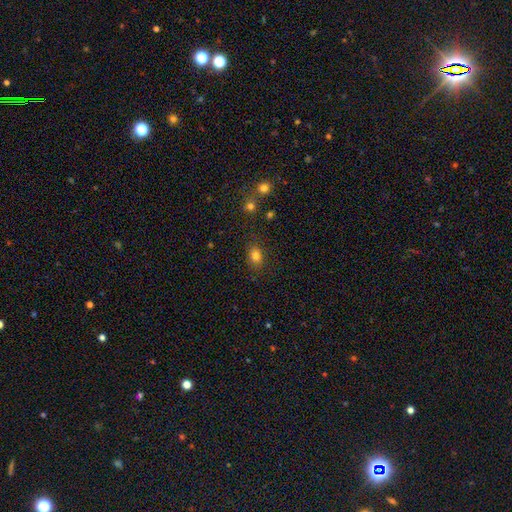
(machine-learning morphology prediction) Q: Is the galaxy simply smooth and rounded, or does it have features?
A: smooth — 80%.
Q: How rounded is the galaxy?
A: in between — 61%.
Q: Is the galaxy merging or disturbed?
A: none — 82%.